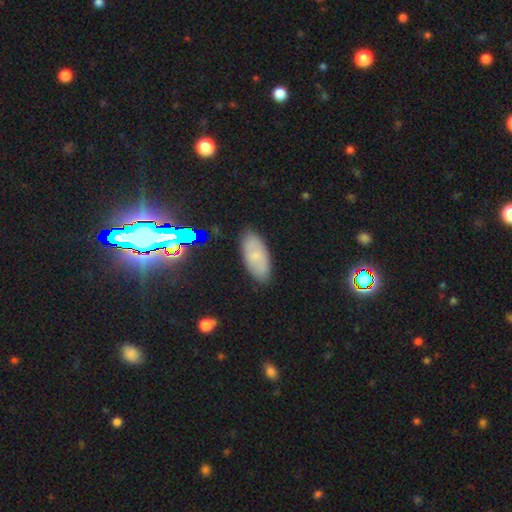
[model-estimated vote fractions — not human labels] This appears to be a smooth galaxy with no disk features (66%) that is in between round and cigar-shaped (91%). Merging: none (85%).